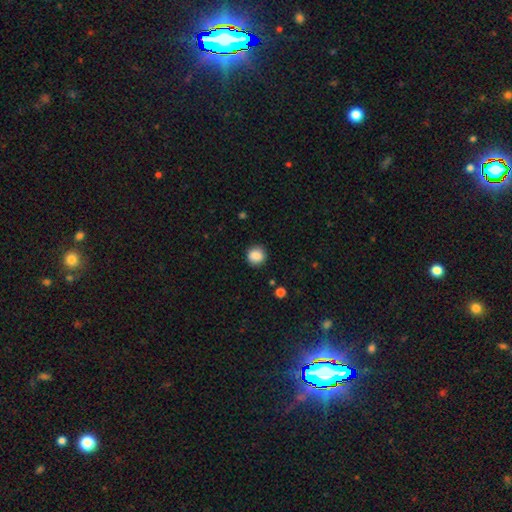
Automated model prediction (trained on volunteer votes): The model was most divided on "smooth or featured": smooth: 87%, star or artifact: 9%, featured or disk: 4%. More confident: how rounded — round (88%); merging — none (87%).